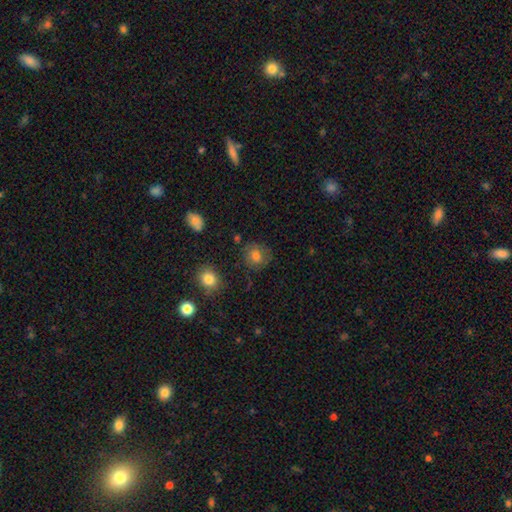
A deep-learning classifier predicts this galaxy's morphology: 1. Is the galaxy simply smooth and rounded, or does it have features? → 75% smooth, 13% featured or disk, 12% star or artifact.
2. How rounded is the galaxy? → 76% round, 23% in between, 1% cigar-shaped.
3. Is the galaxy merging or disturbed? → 73% none, 18% minor disturbance, 6% major disturbance, 3% merger.